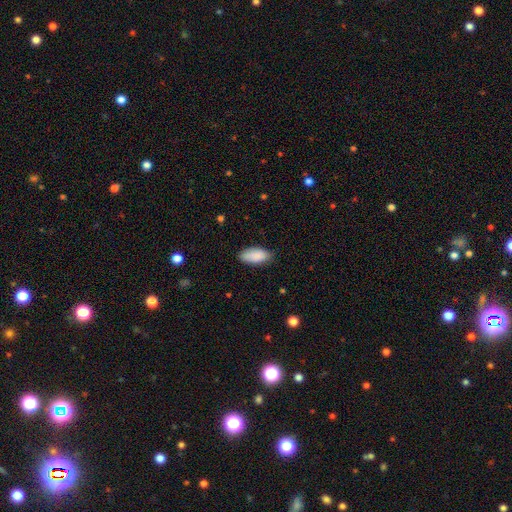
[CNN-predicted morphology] Overall: smooth (89%). How rounded: in between (91%). Merging: none (81%).